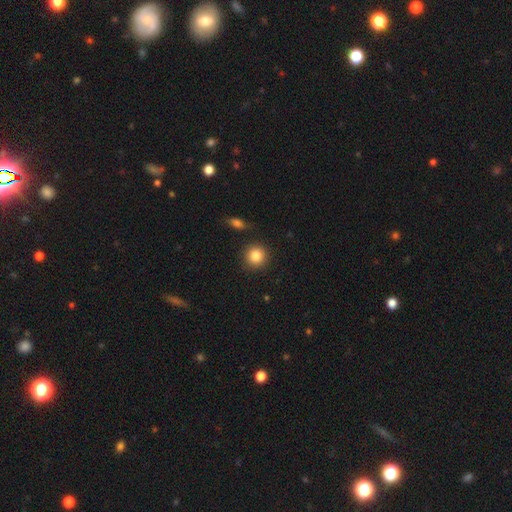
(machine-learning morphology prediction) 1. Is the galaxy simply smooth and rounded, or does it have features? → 85% smooth, 9% star or artifact, 6% featured or disk.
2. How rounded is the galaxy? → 93% round, 7% in between, 1% cigar-shaped.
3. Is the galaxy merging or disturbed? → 87% none, 7% minor disturbance, 3% merger, 2% major disturbance.